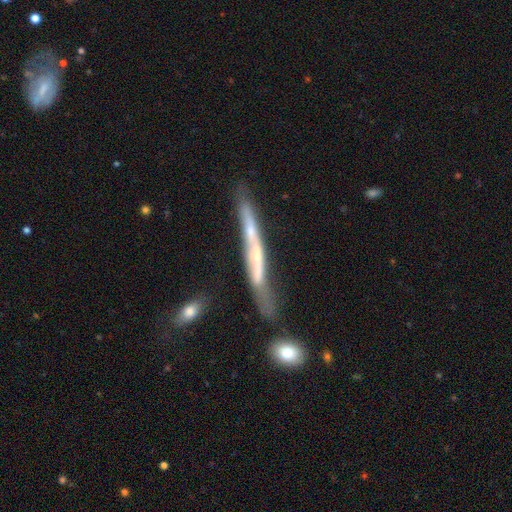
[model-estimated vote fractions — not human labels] smooth-or-featured: featured or disk: 65% | smooth: 27% | star or artifact: 8%
  disk-edge-on: yes: 87% | no: 13%
    edge-on-bulge: none: 66% | rounded: 20% | boxy: 14%
  merging: none: 60% | minor disturbance: 23% | major disturbance: 10% | merger: 8%